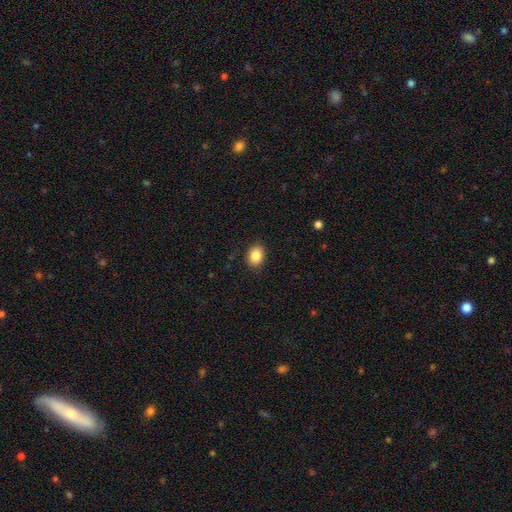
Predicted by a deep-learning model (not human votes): smooth_or_featured: smooth (p=0.86) [alt: star or artifact p=0.09]
how_rounded: in between (p=0.63) [alt: round p=0.36]
merging: none (p=0.88) [alt: minor disturbance p=0.09]